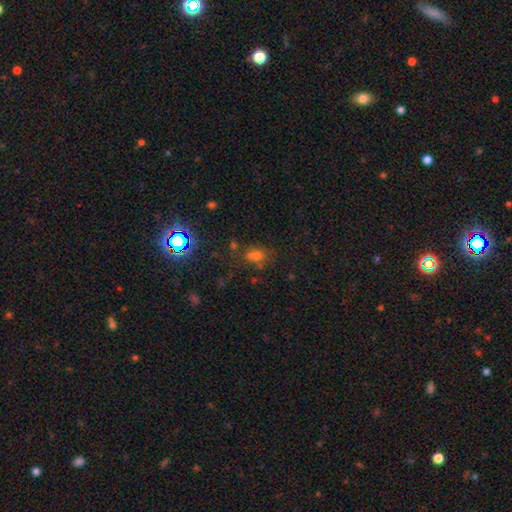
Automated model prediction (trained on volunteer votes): Overall: smooth (56%; star or artifact 34%). How rounded: in between (64%; round 34%). Merging: none (62%).